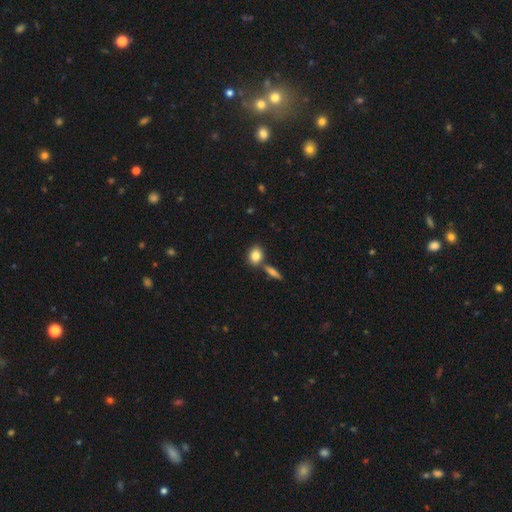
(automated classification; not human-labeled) smooth_or_featured: smooth (p=0.83) [alt: featured or disk p=0.09]
how_rounded: in between (p=0.51) [alt: round p=0.46]
merging: none (p=0.66) [alt: merger p=0.20]